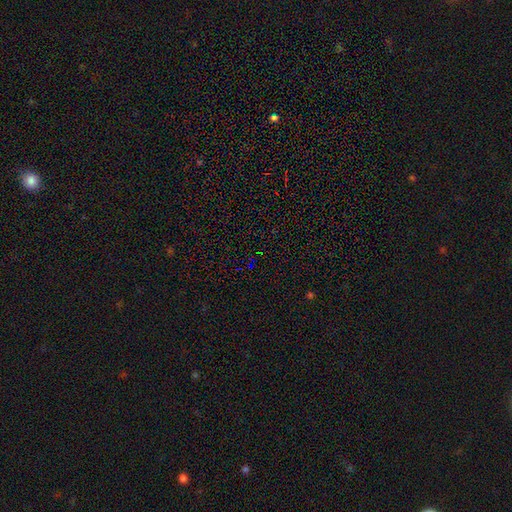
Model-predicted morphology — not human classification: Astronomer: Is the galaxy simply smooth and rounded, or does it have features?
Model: star or artifact — 74%.